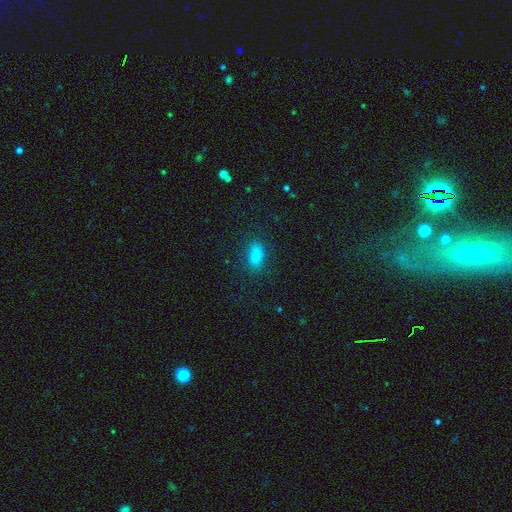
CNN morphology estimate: A smooth galaxy with no disk features (80%) that is in between round and cigar-shaped (80%). Merging: none (80%).